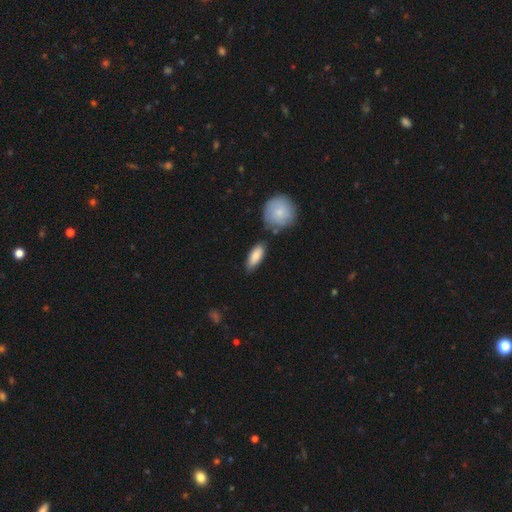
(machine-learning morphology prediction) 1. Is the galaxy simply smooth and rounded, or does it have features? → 83% smooth, 11% featured or disk, 6% star or artifact.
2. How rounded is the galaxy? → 78% in between, 19% cigar-shaped, 3% round.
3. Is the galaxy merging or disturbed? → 73% none, 15% minor disturbance, 8% merger, 3% major disturbance.